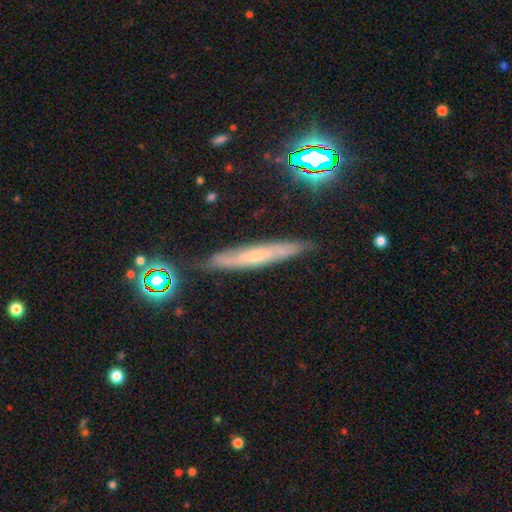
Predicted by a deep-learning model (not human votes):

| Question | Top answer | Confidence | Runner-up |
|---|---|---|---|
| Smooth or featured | featured or disk | 55% | smooth (31%) |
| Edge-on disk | yes | 78% | no (22%) |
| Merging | none | 82% | minor disturbance (13%) |